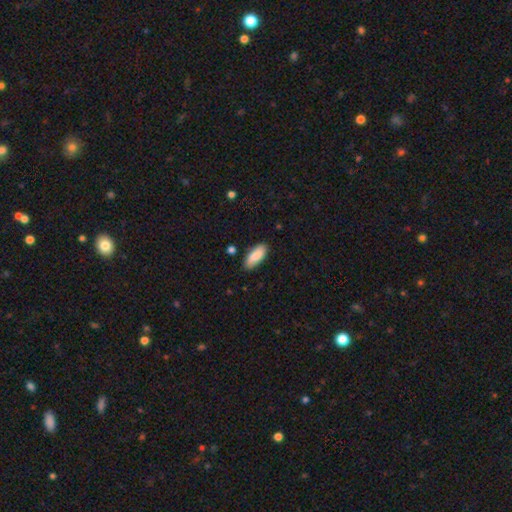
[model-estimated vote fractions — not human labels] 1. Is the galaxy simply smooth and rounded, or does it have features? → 84% smooth, 10% featured or disk, 6% star or artifact.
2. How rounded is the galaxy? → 80% in between, 19% cigar-shaped, 2% round.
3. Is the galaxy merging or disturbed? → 85% none, 11% minor disturbance, 2% major disturbance, 2% merger.